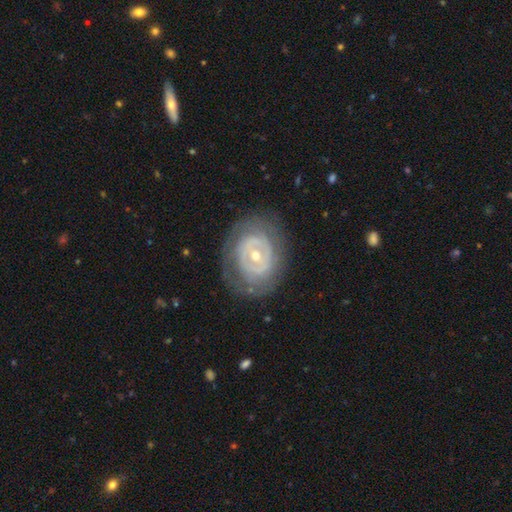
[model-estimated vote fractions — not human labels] A featured or disk galaxy (74%) with no bar (66%), no spiral arms (58%) and a small central bulge (53%). Merging: none (73%).